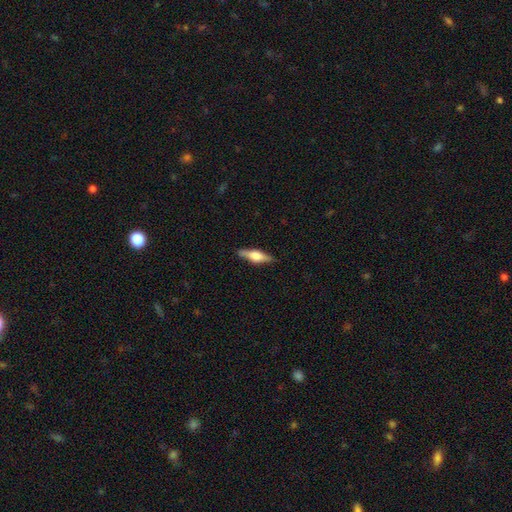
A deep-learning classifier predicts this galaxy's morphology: This is possibly a featured or disk galaxy (57%). It is clearly viewed edge-on (96%). Edge-on bulge: clearly rounded (83%). Merging: clearly none (86%).